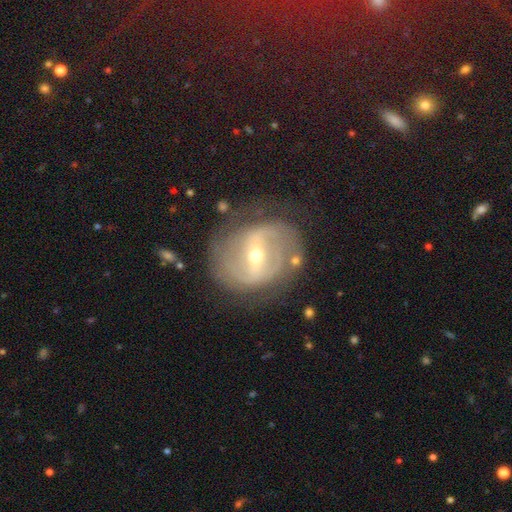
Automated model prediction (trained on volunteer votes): smooth-or-featured: featured or disk: 84% | smooth: 9% | star or artifact: 6%
  disk-edge-on: no: 96% | yes: 4%
    bar: strong: 54% | weak: 35% | no: 11%
    has-spiral-arms: yes: 86% | no: 14%
      spiral-winding: medium: 43% | tight: 35% | loose: 22%
      spiral-arm-count: 2: 74% | can't tell: 14% | 3: 5% | 1: 3% | 4: 2% | more than 4: 2%
    bulge-size: small: 51% | moderate: 46% | large: 2% | none: 1% | dominant: 1%
  merging: none: 73% | minor disturbance: 16% | major disturbance: 9% | merger: 2%